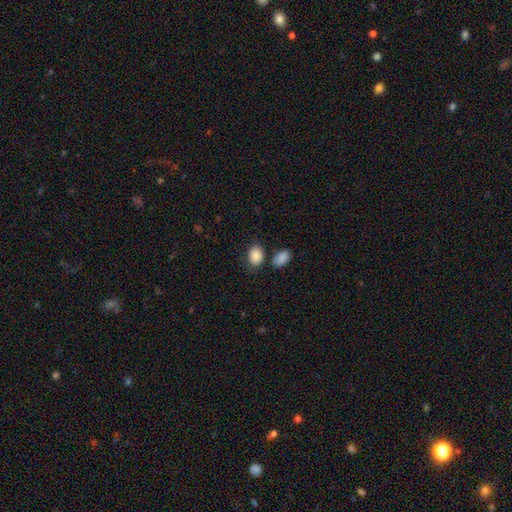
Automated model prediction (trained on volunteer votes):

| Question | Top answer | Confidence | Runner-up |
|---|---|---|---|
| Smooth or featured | smooth | 88% | star or artifact (8%) |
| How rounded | in between | 80% | round (19%) |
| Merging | none | 69% | minor disturbance (15%) |